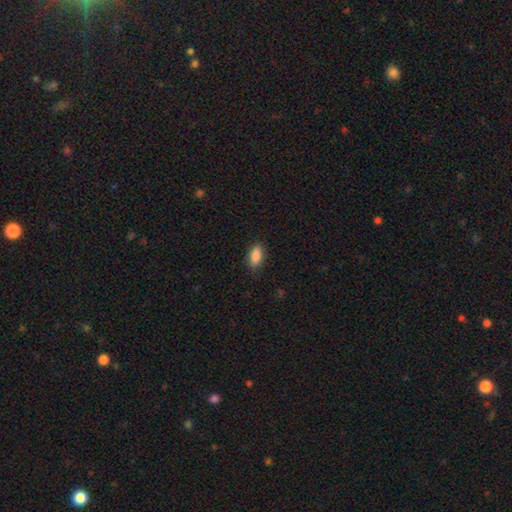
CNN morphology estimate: A smooth galaxy with no disk features (86%) that is in between round and cigar-shaped (87%).

Vote fractions:
- Smooth or featured? smooth: 86% / star or artifact: 7% / featured or disk: 6%
- How rounded? in between: 87% / cigar-shaped: 10% / round: 4%
- Merging? none: 85% / minor disturbance: 12% / major disturbance: 3% / merger: 1%